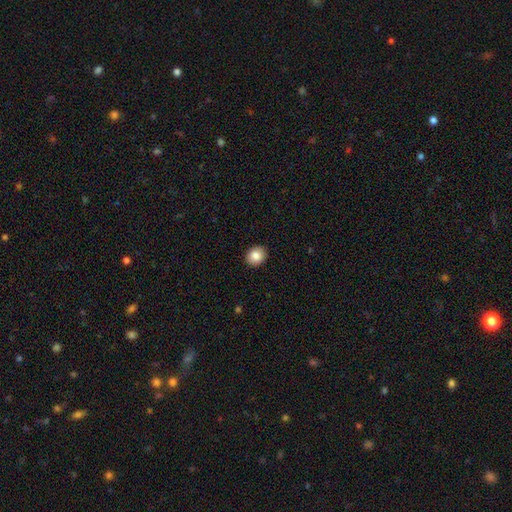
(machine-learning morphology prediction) A smooth galaxy with no disk features (86%) that is round (65%). Merging: none (91%).